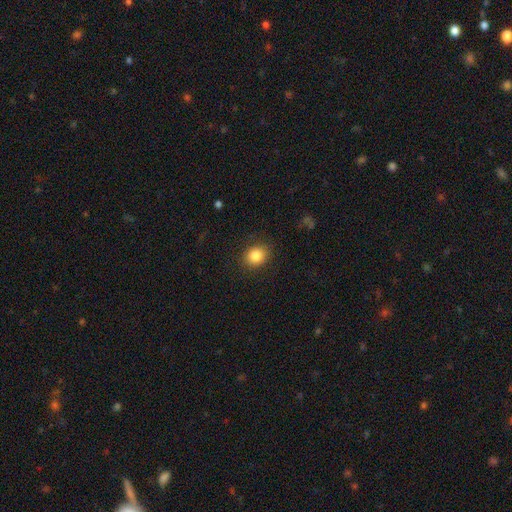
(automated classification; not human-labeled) This appears to be a smooth galaxy with no disk features (85%) that is round (67%). Merging: none (87%).